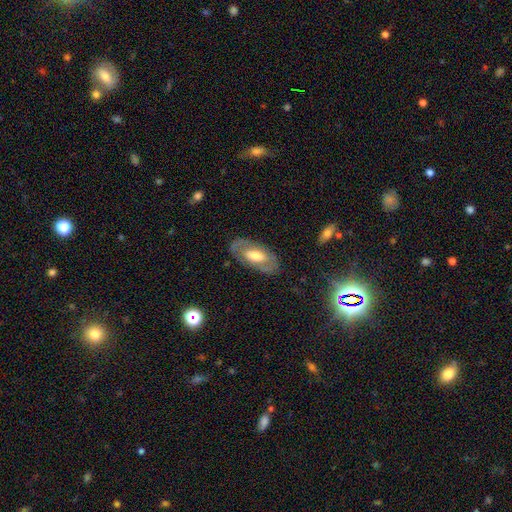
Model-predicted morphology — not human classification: smooth-or-featured: featured or disk: 53% | smooth: 41% | star or artifact: 6%
  disk-edge-on: no: 86% | yes: 14%
  merging: none: 80% | minor disturbance: 13% | major disturbance: 5% | merger: 1%